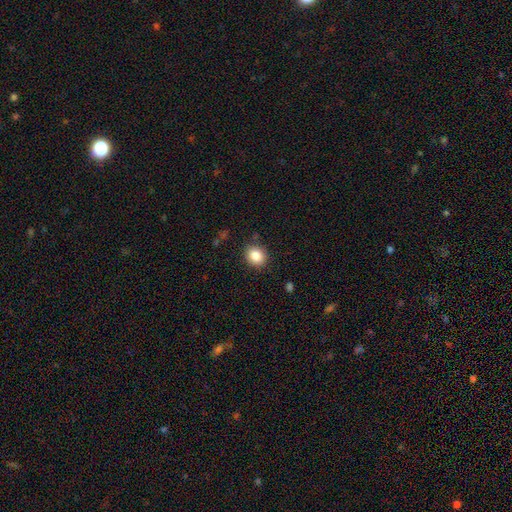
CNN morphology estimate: A smooth galaxy with no disk features (85%) that is round (72%). Merging: none (87%).